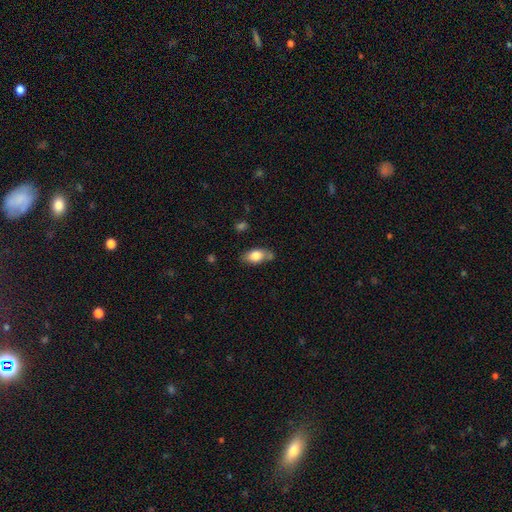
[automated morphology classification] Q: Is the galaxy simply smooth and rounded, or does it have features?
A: smooth — 79%.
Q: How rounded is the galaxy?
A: in between — 87%.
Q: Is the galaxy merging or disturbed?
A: none — 67%.